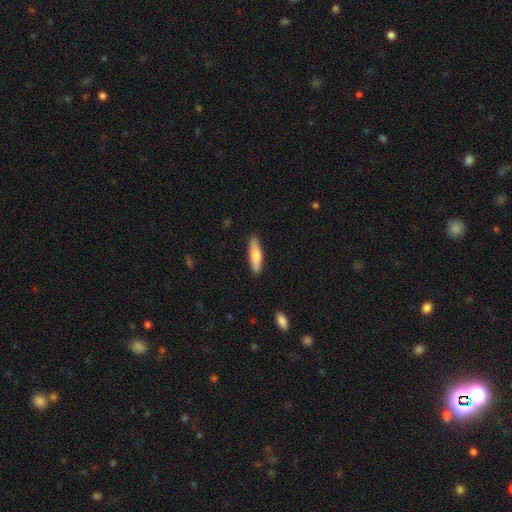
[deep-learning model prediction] This is likely a smooth galaxy (72%). How rounded: likely cigar-shaped (71%). Merging: clearly none (88%).